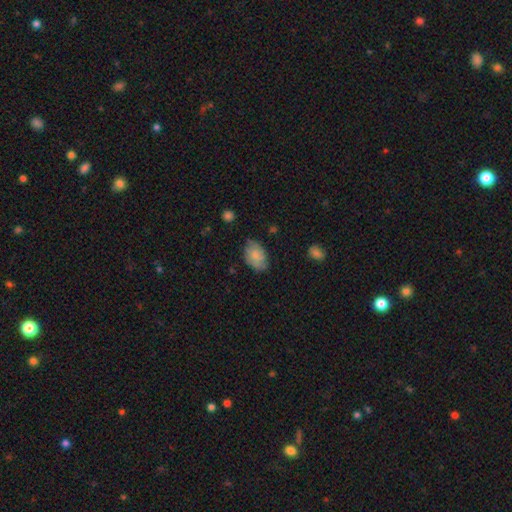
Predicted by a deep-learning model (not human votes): Q: Smooth or featured?
A: smooth (70%); runner-up: featured or disk (23%)
Q: How rounded?
A: in between (88%); runner-up: round (11%)
Q: Merging?
A: none (67%); runner-up: minor disturbance (25%)